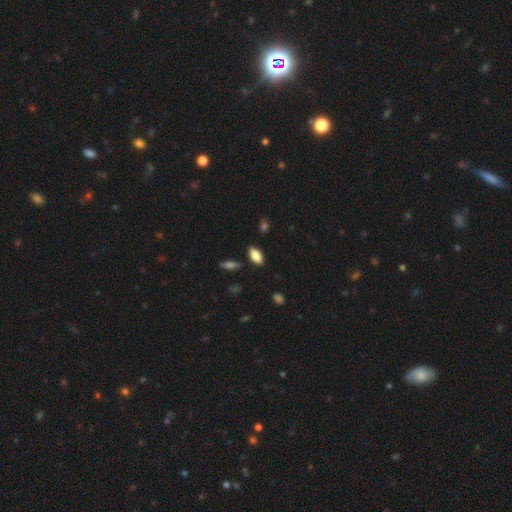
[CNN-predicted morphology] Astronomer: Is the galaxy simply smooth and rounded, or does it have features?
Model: smooth — 85%.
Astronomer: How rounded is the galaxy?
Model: in between — 90%.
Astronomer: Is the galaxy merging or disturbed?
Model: none — 84%.